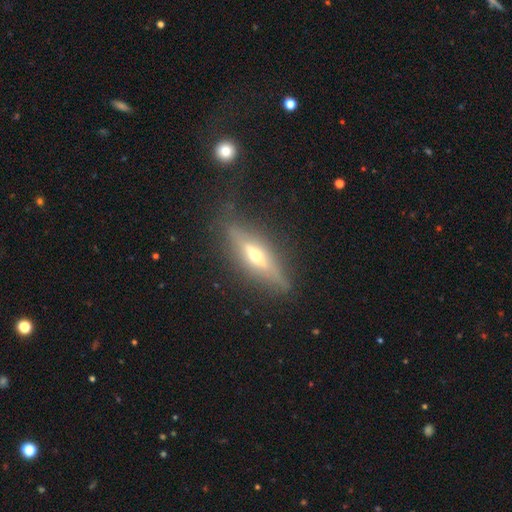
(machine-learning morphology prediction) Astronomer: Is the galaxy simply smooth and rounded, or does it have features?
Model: featured or disk — 70%.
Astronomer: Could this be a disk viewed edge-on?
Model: yes — 90%.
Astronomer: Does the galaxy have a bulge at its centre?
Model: rounded — 89%.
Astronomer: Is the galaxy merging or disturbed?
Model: none — 80%.